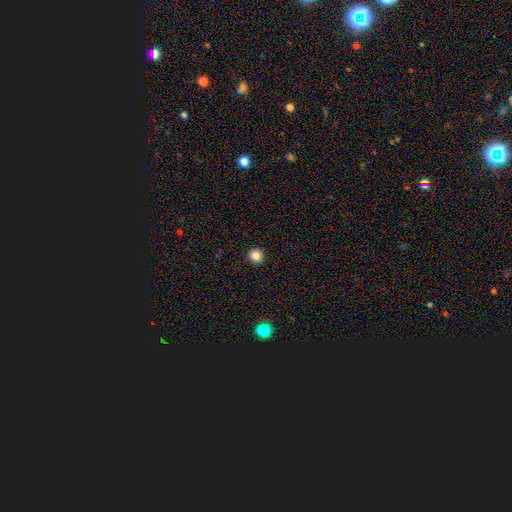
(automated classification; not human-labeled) Q: Smooth or featured?
A: smooth (85%); runner-up: star or artifact (11%)
Q: How rounded?
A: round (94%); runner-up: in between (5%)
Q: Merging?
A: none (94%); runner-up: minor disturbance (4%)